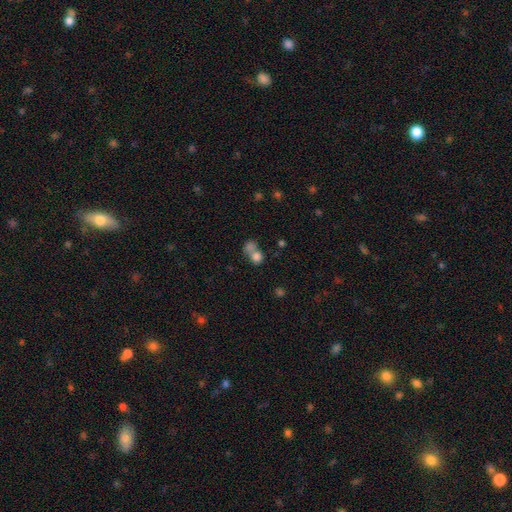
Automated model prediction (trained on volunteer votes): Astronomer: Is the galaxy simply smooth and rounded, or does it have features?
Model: smooth — 78%.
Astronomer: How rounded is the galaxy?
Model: round — 70%.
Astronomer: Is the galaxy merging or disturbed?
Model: merger — 58%.